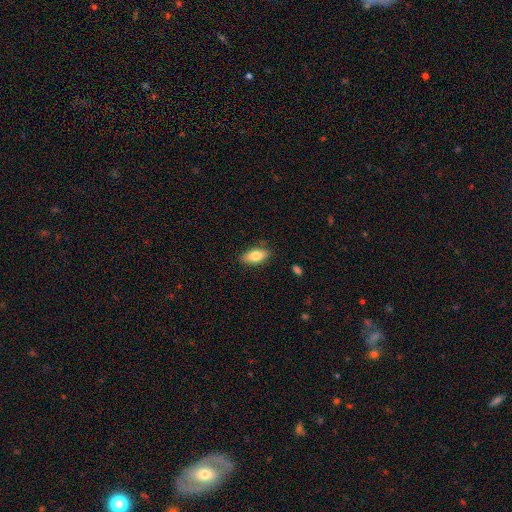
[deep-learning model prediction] Smooth or featured? Predicted: smooth (p=0.78). How rounded? Predicted: in between (p=0.86). Merging? Predicted: none (p=0.82).